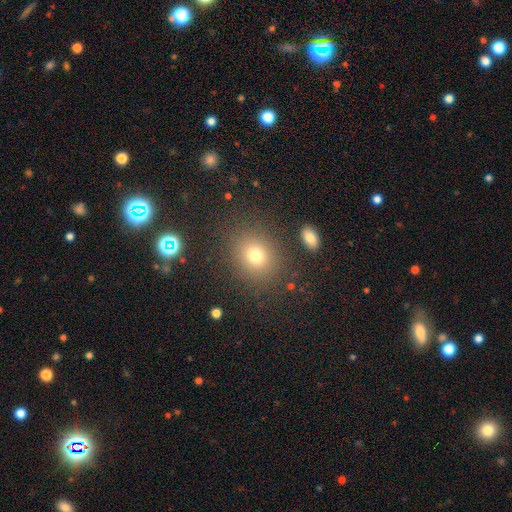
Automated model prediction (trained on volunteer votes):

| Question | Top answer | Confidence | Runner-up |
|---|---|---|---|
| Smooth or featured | smooth | 74% | star or artifact (17%) |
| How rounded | round | 67% | in between (32%) |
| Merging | none | 85% | minor disturbance (8%) |